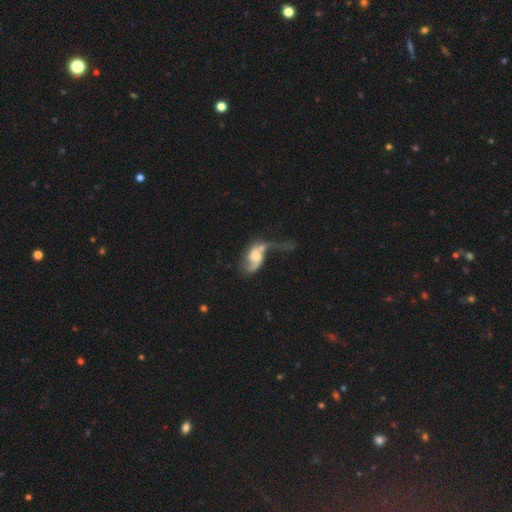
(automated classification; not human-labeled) featured or disk 68%, smooth 25%, star or artifact 7%. Down the decision tree: edge-on disk — no (95%); bar — no (61%); spiral arms — yes (83%); spiral arm count — 2 (63%); spiral winding — loose (80%); bulge size — moderate (49%); merging — major disturbance (40%).